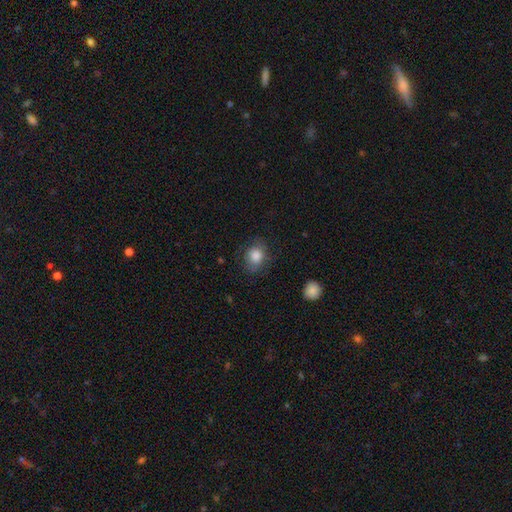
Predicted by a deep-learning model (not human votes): Smooth or featured: smooth — 82% (featured or disk — 9%)
How rounded: round — 60% (in between — 39%)
Merging: none — 71% (minor disturbance — 20%)